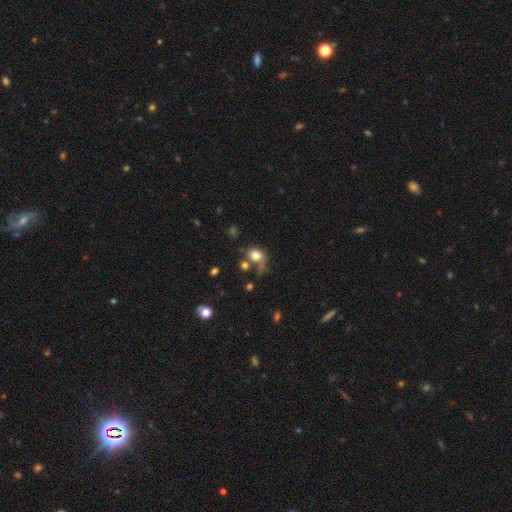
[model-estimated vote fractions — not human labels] smooth_or_featured: smooth (p=0.77) [alt: star or artifact p=0.11]
how_rounded: round (p=0.61) [alt: in between p=0.37]
merging: none (p=0.41) [alt: major disturbance p=0.21]